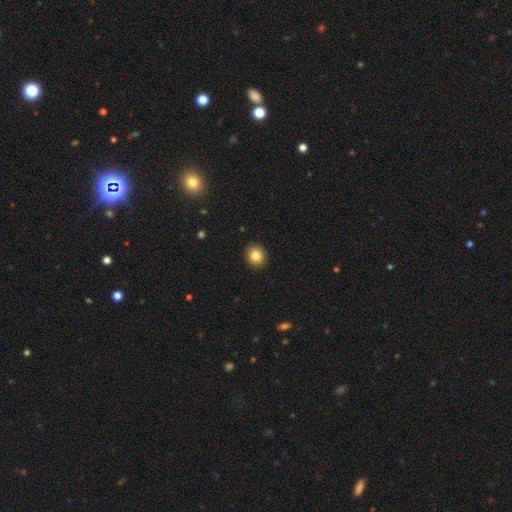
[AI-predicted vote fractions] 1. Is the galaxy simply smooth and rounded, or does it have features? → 84% smooth, 10% star or artifact, 7% featured or disk.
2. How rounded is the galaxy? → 71% round, 28% in between, 1% cigar-shaped.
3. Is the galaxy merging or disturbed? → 91% none, 6% minor disturbance, 2% major disturbance, 1% merger.